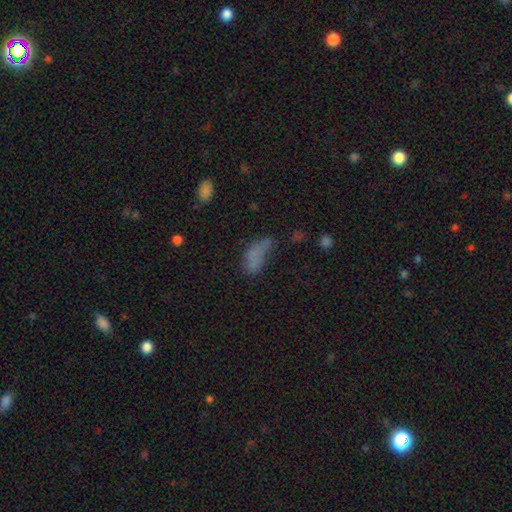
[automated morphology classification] The model was most divided on "merging": major disturbance: 33%, none: 30%, minor disturbance: 23%, merger: 14%. More confident: how rounded — in between (80%); smooth or featured — smooth (65%).